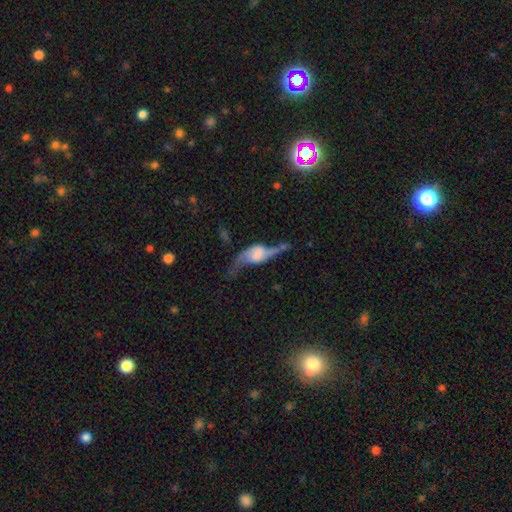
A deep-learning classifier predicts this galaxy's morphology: A featured or disk galaxy (76%) with no bar (52%), spiral arms (86%) and no central bulge (30%).

Vote fractions:
- Smooth or featured? featured or disk: 76% / smooth: 15% / star or artifact: 9%
- Edge-on disk? no: 69% / yes: 31%
- Bar? no: 52% / weak: 33% / strong: 15%
- Spiral arms? yes: 86% / no: 14%
- Bulge size? none: 30% / moderate: 22% / small: 21% / large: 19% / dominant: 7%
- Merging? none: 48% / major disturbance: 23% / minor disturbance: 23% / merger: 6%